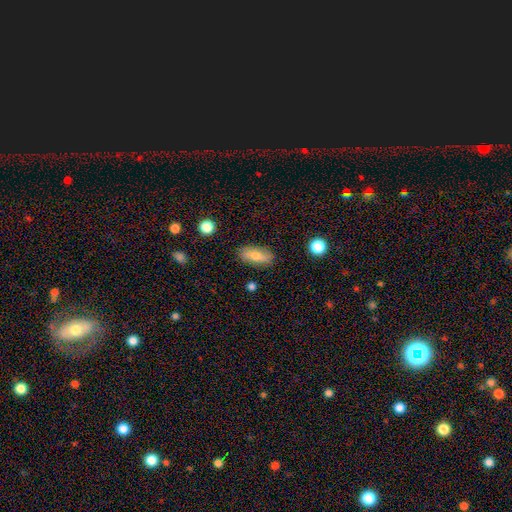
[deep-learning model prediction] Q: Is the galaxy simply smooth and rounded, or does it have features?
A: smooth — 73%.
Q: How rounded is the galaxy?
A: in between — 80%.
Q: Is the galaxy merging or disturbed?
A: none — 83%.